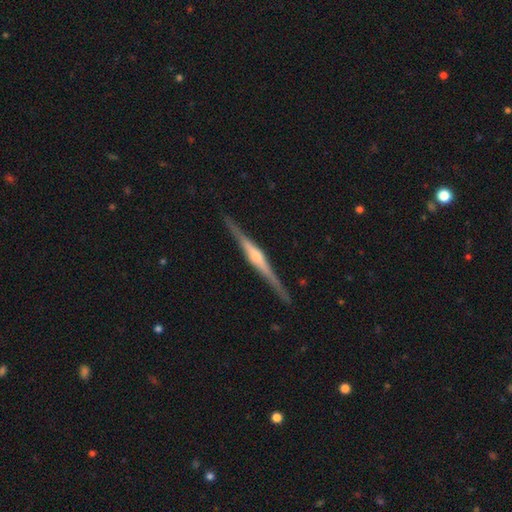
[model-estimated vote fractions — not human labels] smooth-or-featured: featured or disk: 82% | smooth: 13% | star or artifact: 5%
  disk-edge-on: yes: 99% | no: 1%
    edge-on-bulge: rounded: 72% | boxy: 18% | none: 10%
  merging: none: 91% | minor disturbance: 7% | major disturbance: 1% | merger: 1%